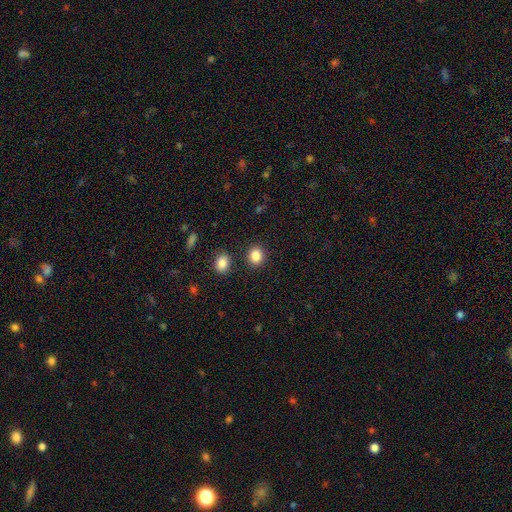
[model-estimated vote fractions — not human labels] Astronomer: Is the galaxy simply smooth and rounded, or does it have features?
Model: smooth — 86%.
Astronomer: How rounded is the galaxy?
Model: round — 69%.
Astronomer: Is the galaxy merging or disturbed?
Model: none — 86%.